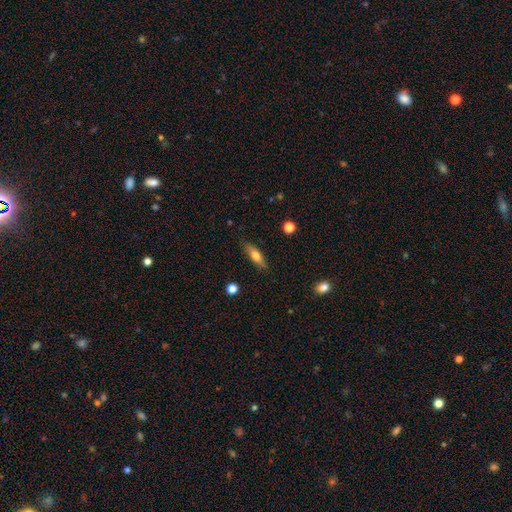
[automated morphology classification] smooth 64%, featured or disk 29%, star or artifact 7%. Down the decision tree: how rounded — cigar-shaped (54%); merging — none (85%).